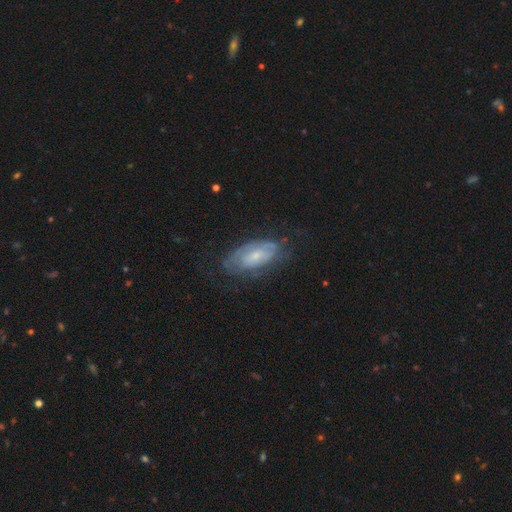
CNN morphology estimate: Q: Smooth or featured?
A: featured or disk (64%); runner-up: smooth (29%)
Q: Edge-on disk?
A: no (91%); runner-up: yes (9%)
Q: Bar?
A: no (65%); runner-up: weak (29%)
Q: Spiral arms?
A: yes (69%); runner-up: no (31%)
Q: Bulge size?
A: small (60%); runner-up: moderate (31%)
Q: Merging?
A: none (63%); runner-up: minor disturbance (24%)